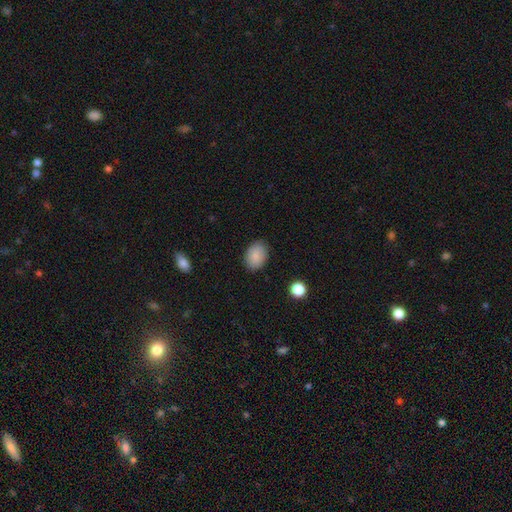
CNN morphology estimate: A smooth galaxy with no disk features (87%) that is in between round and cigar-shaped (80%).

Vote fractions:
- Smooth or featured? smooth: 87% / star or artifact: 7% / featured or disk: 5%
- How rounded? in between: 80% / round: 19% / cigar-shaped: 1%
- Merging? none: 86% / minor disturbance: 11% / major disturbance: 3% / merger: 1%